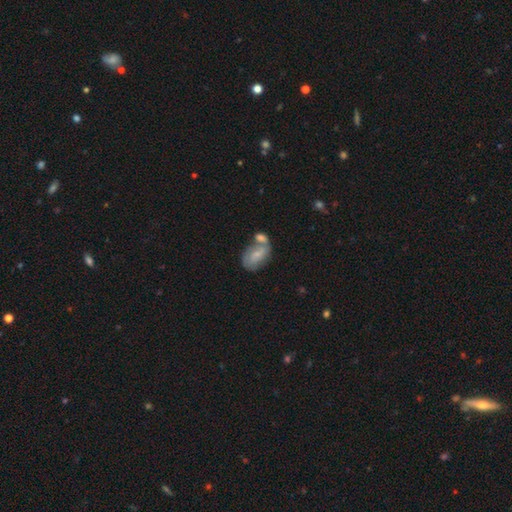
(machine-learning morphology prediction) The model was most divided on "smooth or featured": smooth: 52%, featured or disk: 41%, star or artifact: 7%. Remaining: how rounded — in between (88%); merging — merger (48%).